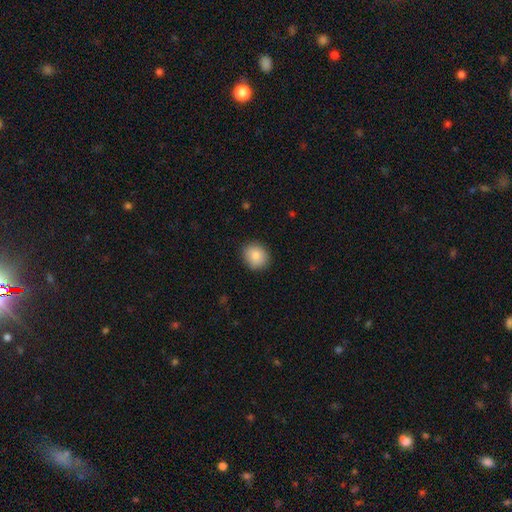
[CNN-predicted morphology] smooth-or-featured: smooth: 85% | star or artifact: 8% | featured or disk: 7%
  how-rounded: round: 76% | in between: 24% | cigar-shaped: 1%
  merging: none: 88% | minor disturbance: 9% | major disturbance: 2% | merger: 1%